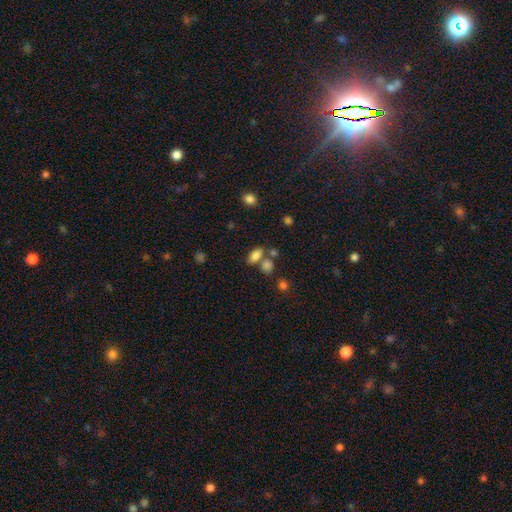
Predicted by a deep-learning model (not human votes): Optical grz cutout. It shows a smooth galaxy with no disk features (79%) that is in between round and cigar-shaped (85%). Merging: none (55%).